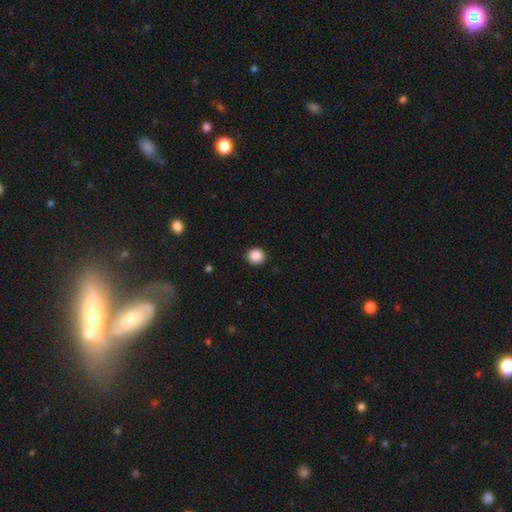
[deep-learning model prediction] The model was most divided on "how rounded": round: 79%, in between: 20%, cigar-shaped: 1%. More confident: merging — none (91%); smooth or featured — smooth (88%).